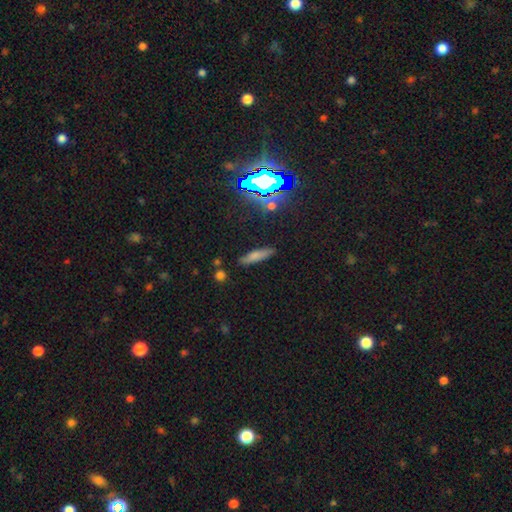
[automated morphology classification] A smooth galaxy with no disk features (67%) that is cigar-shaped (77%). Merging: none (83%).